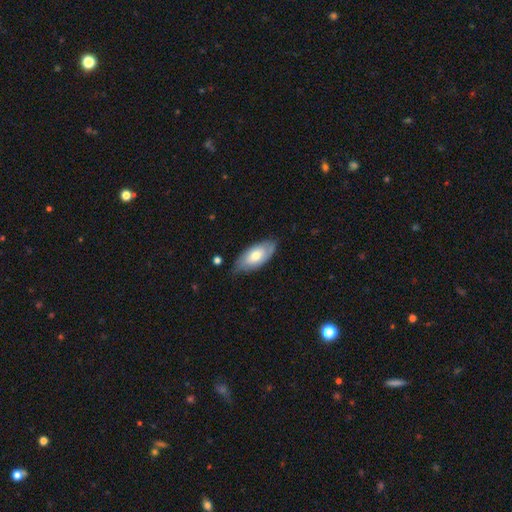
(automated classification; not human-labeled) Q: Smooth or featured?
A: smooth (56%); runner-up: featured or disk (38%)
Q: How rounded?
A: in between (90%); runner-up: cigar-shaped (7%)
Q: Merging?
A: none (72%); runner-up: minor disturbance (22%)